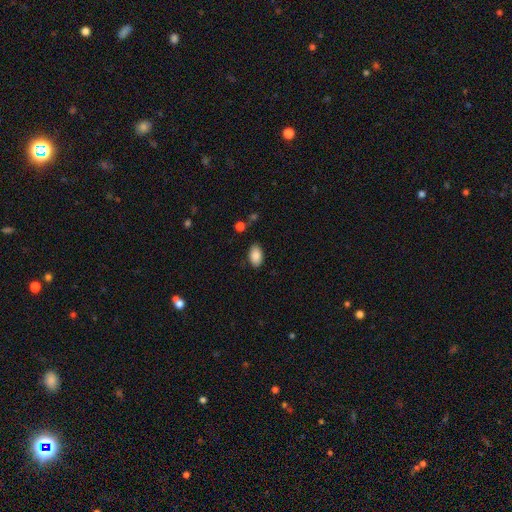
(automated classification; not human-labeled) smooth_or_featured: smooth (p=0.88) [alt: star or artifact p=0.07]
how_rounded: in between (p=0.93) [alt: round p=0.06]
merging: none (p=0.83) [alt: minor disturbance p=0.12]